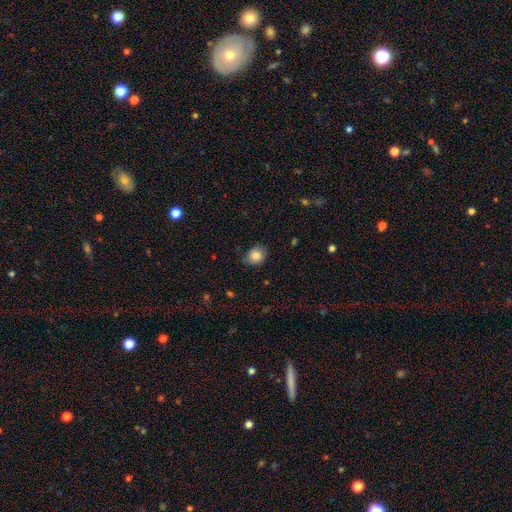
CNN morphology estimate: A smooth galaxy with no disk features (85%) that is round (66%).

Vote fractions:
- Smooth or featured? smooth: 85% / star or artifact: 9% / featured or disk: 6%
- How rounded? round: 66% / in between: 33% / cigar-shaped: 1%
- Merging? none: 78% / minor disturbance: 18% / major disturbance: 3% / merger: 1%